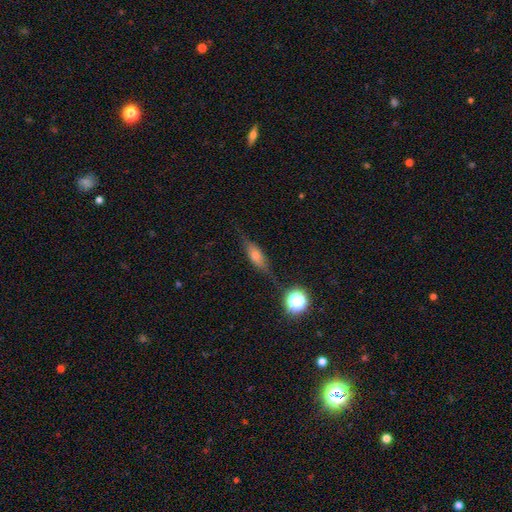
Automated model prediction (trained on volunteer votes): Morphology: type=smooth (50%); merging=none (73%).